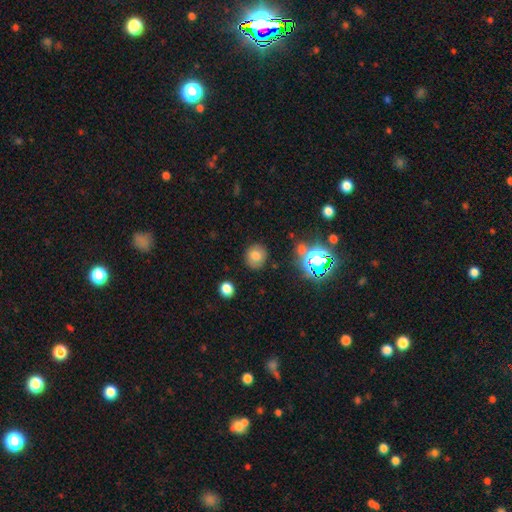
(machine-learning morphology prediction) smooth_or_featured: smooth (p=0.73) [alt: star or artifact p=0.15]
how_rounded: round (p=0.83) [alt: in between p=0.16]
merging: none (p=0.84) [alt: minor disturbance p=0.11]